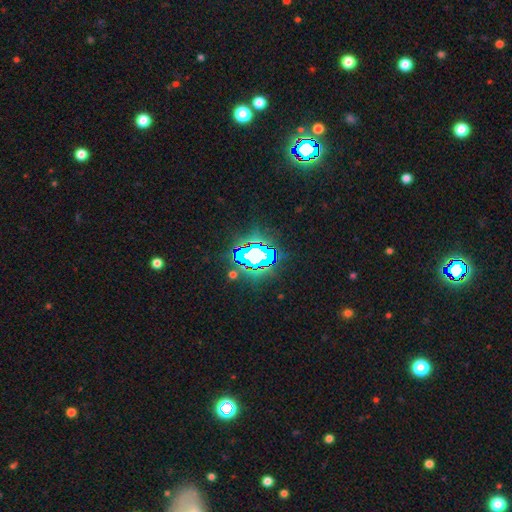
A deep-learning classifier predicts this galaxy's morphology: A star or artifact, not a galaxy (70%).